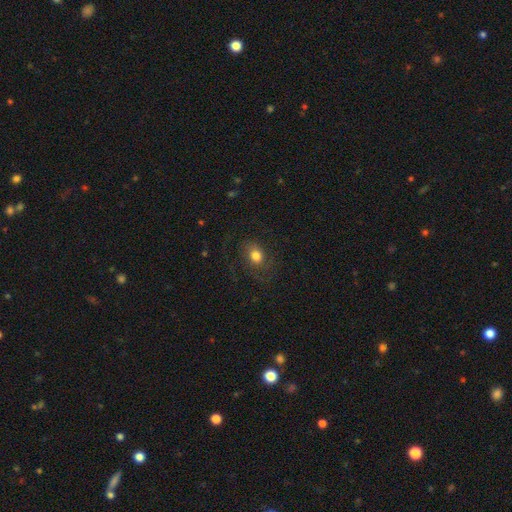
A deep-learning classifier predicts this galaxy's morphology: smooth_or_featured: smooth (p=0.65) [alt: featured or disk p=0.23]
how_rounded: in between (p=0.56) [alt: round p=0.42]
merging: none (p=0.67) [alt: minor disturbance p=0.18]